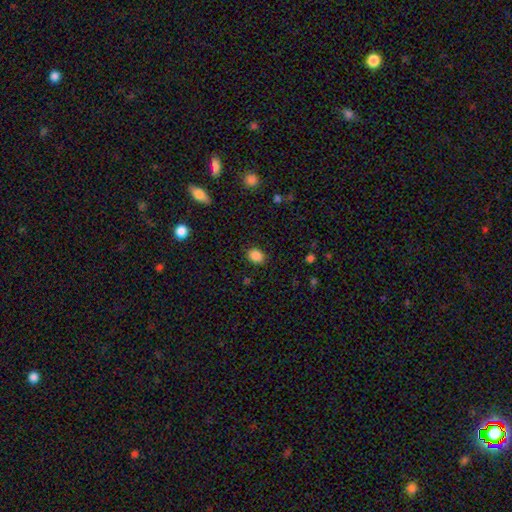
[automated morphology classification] smooth_or_featured: smooth (p=0.87) [alt: star or artifact p=0.10]
how_rounded: in between (p=0.53) [alt: round p=0.46]
merging: none (p=0.87) [alt: minor disturbance p=0.09]